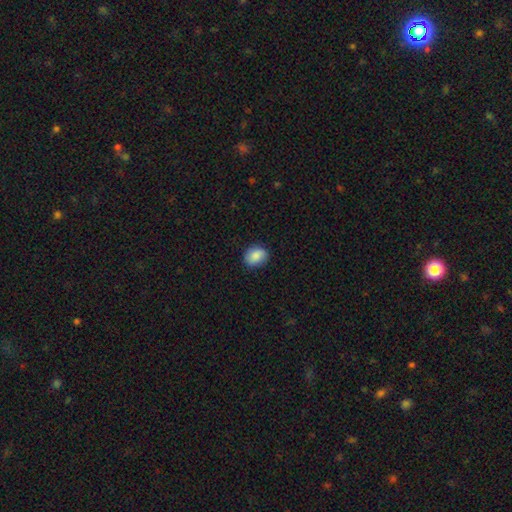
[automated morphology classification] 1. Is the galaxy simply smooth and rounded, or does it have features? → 87% smooth, 8% star or artifact, 5% featured or disk.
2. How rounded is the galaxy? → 51% round, 48% in between, 1% cigar-shaped.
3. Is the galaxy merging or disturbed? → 85% none, 11% minor disturbance, 2% major disturbance, 1% merger.